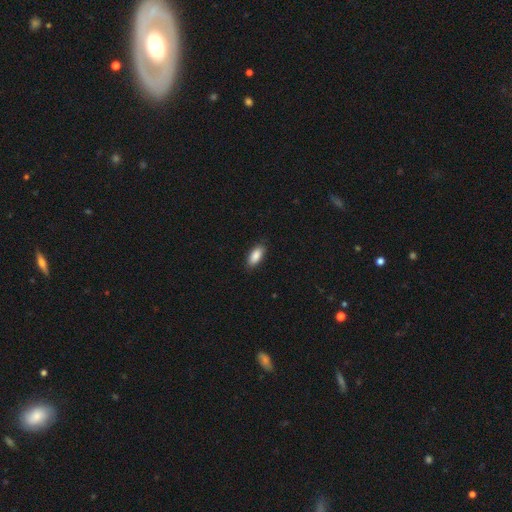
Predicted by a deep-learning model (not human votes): Q: Smooth or featured?
A: smooth (88%); runner-up: star or artifact (6%)
Q: How rounded?
A: in between (87%); runner-up: cigar-shaped (11%)
Q: Merging?
A: none (87%); runner-up: minor disturbance (10%)